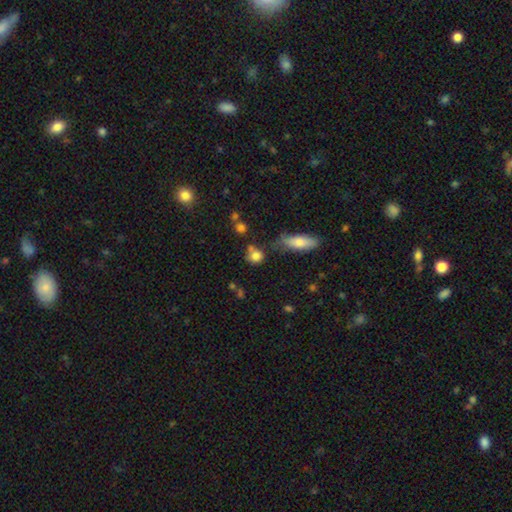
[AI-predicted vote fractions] smooth-or-featured: smooth: 79% | star or artifact: 11% | featured or disk: 10%
  how-rounded: round: 72% | in between: 25% | cigar-shaped: 3%
  merging: none: 58% | merger: 20% | minor disturbance: 16% | major disturbance: 6%